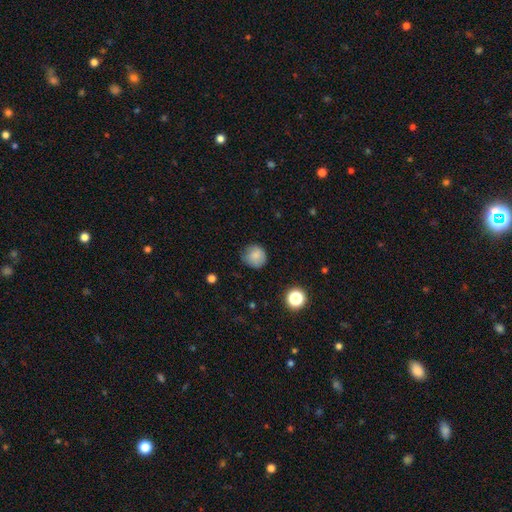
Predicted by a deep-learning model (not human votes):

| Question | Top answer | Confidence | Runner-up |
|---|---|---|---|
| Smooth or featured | smooth | 82% | star or artifact (10%) |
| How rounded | round | 88% | in between (11%) |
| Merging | none | 71% | minor disturbance (22%) |